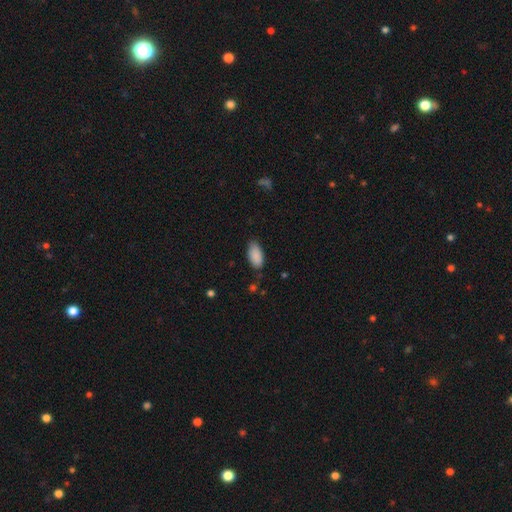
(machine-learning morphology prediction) A smooth galaxy with no disk features (89%) that is in between round and cigar-shaped (92%). Merging: none (75%).